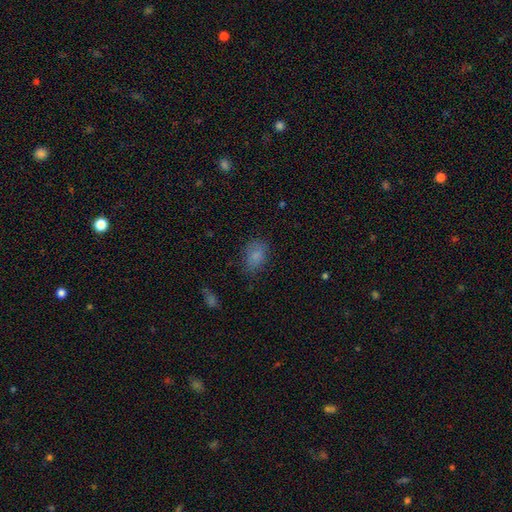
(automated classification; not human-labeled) This is clearly a smooth galaxy (82%). How rounded: likely in between (74%). Merging: likely none (74%).